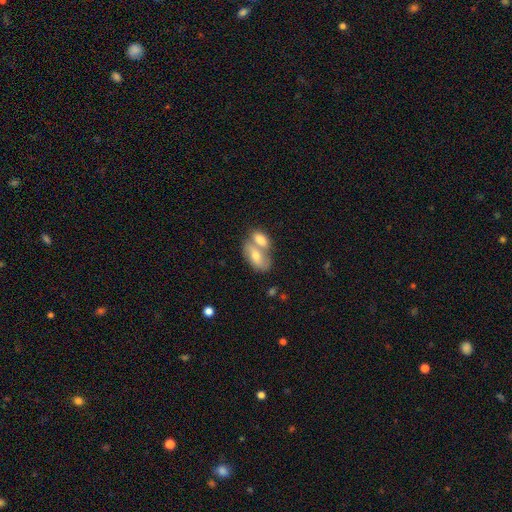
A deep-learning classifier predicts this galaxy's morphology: smooth_or_featured: smooth (p=0.66) [alt: featured or disk p=0.27]
how_rounded: in between (p=0.89) [alt: round p=0.06]
merging: merger (p=0.65) [alt: none p=0.24]